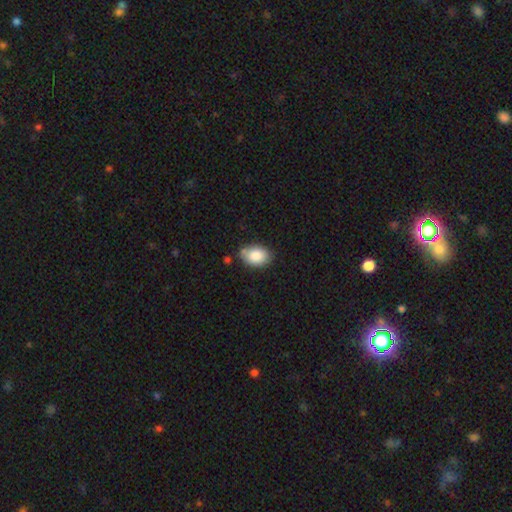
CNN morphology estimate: A smooth galaxy with no disk features (86%) that is in between round and cigar-shaped (82%). Merging: none (72%).